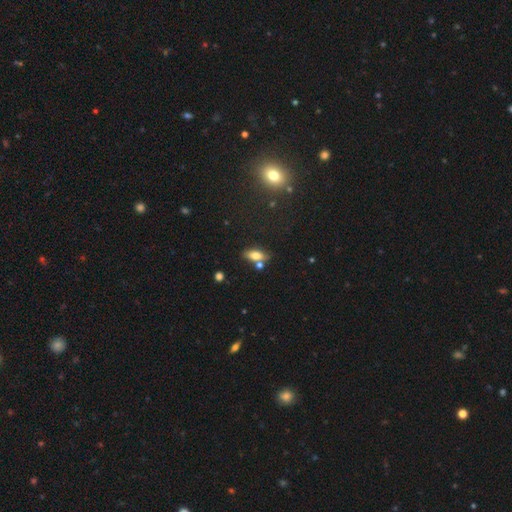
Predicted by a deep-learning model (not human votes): Smooth or featured: smooth — 69% (featured or disk — 20%)
How rounded: in between — 78% (cigar-shaped — 18%)
Merging: none — 67% (merger — 16%)